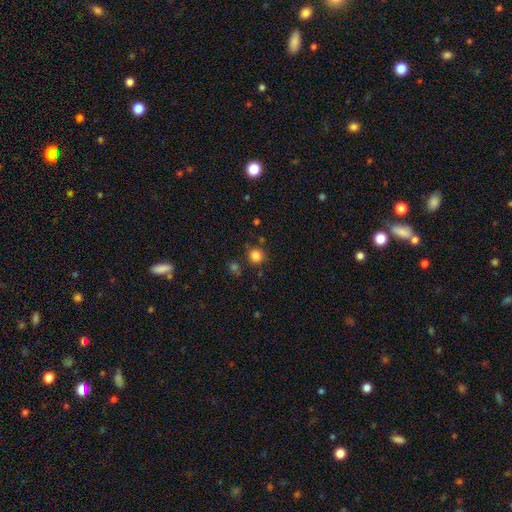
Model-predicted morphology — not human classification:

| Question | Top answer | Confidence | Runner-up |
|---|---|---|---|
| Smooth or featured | smooth | 83% | star or artifact (13%) |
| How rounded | round | 92% | in between (7%) |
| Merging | none | 82% | minor disturbance (9%) |